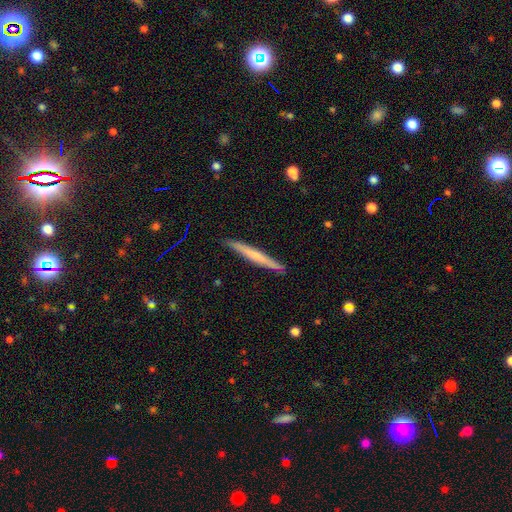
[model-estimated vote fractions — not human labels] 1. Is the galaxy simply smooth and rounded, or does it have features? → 51% smooth, 43% featured or disk, 6% star or artifact.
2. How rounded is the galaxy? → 97% cigar-shaped, 2% in between, 1% round.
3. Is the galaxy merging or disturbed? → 89% none, 9% minor disturbance, 1% major disturbance, 1% merger.